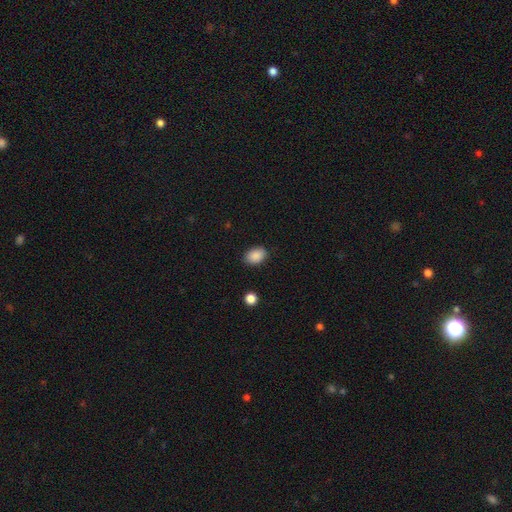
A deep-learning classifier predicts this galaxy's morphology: Q: Smooth or featured?
A: smooth (89%); runner-up: star or artifact (8%)
Q: How rounded?
A: in between (82%); runner-up: round (17%)
Q: Merging?
A: none (86%); runner-up: minor disturbance (10%)